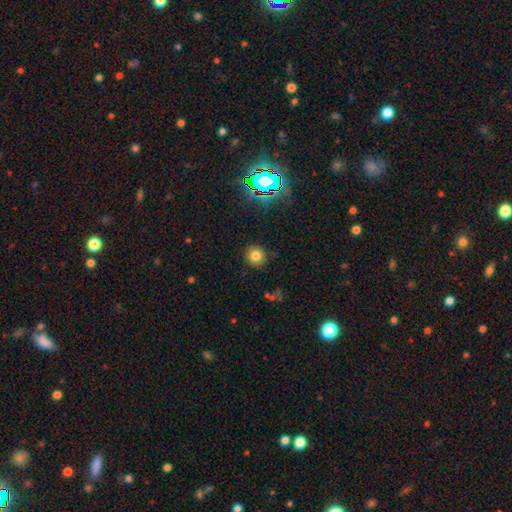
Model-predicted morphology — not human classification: type=smooth (76%); roundness=round (91%); merging=none (87%).